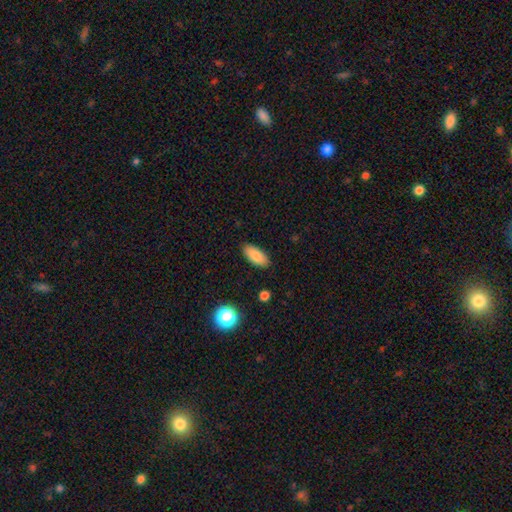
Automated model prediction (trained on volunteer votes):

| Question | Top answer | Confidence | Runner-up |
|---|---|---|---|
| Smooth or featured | smooth | 86% | star or artifact (8%) |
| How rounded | in between | 87% | cigar-shaped (11%) |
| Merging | none | 88% | minor disturbance (8%) |